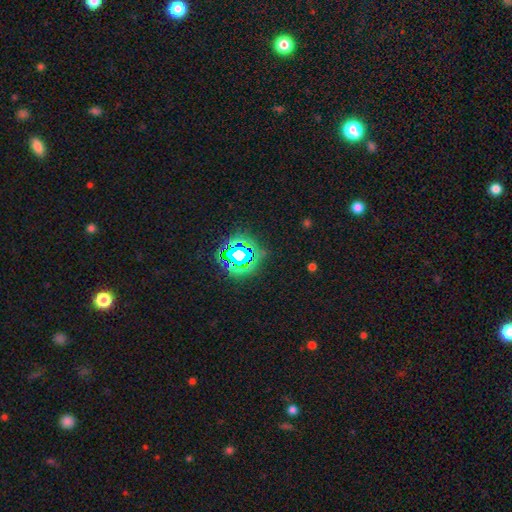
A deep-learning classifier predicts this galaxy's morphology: A star or artifact, not a galaxy (82%).

Vote fractions:
- Smooth or featured? star or artifact: 82% / smooth: 12% / featured or disk: 6%